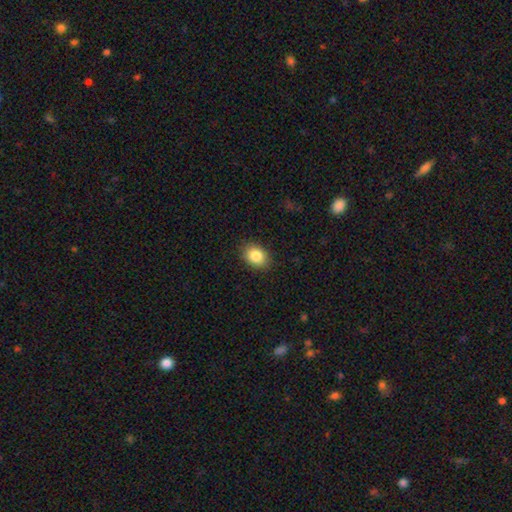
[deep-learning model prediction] A smooth galaxy with no disk features (86%) that is in between round and cigar-shaped (65%).

Vote fractions:
- Smooth or featured? smooth: 86% / star or artifact: 9% / featured or disk: 6%
- How rounded? in between: 65% / round: 34% / cigar-shaped: 1%
- Merging? none: 87% / minor disturbance: 9% / major disturbance: 2% / merger: 1%